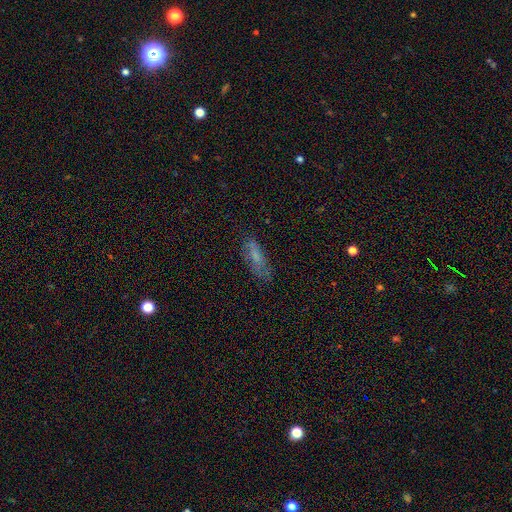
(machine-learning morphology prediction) Overall: smooth (59%; featured or disk 28%). How rounded: in between (61%; cigar-shaped 37%). Merging: none (65%).